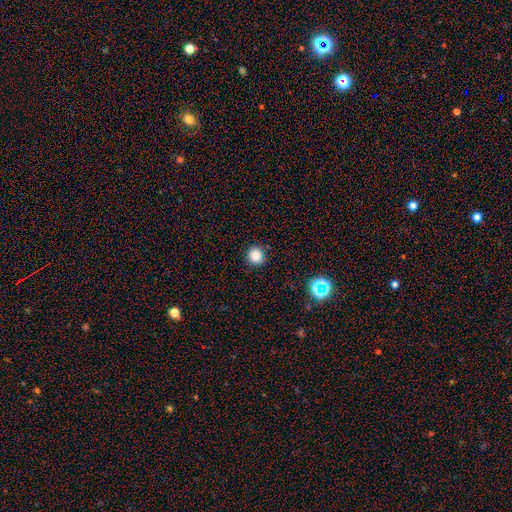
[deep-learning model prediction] Morphology: type=smooth (84%); roundness=round (93%); merging=none (90%).